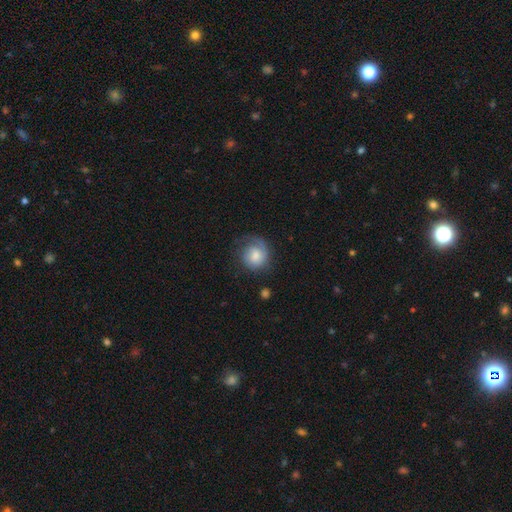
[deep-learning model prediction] Morphology: type=featured or disk (49%); merging=none (60%).